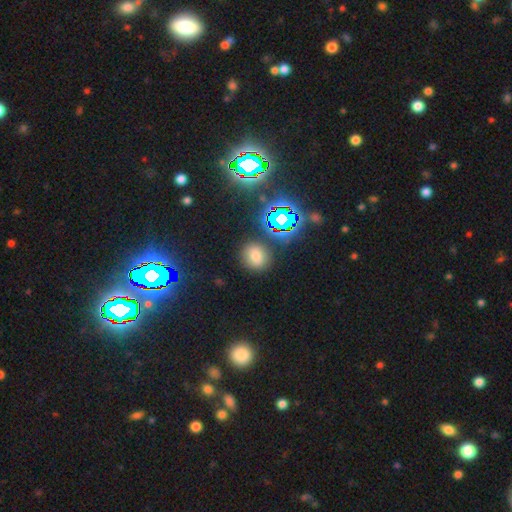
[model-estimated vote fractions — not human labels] The model was most divided on "how rounded": round: 64%, in between: 35%, cigar-shaped: 2%. More confident: merging — none (86%); smooth or featured — smooth (64%).